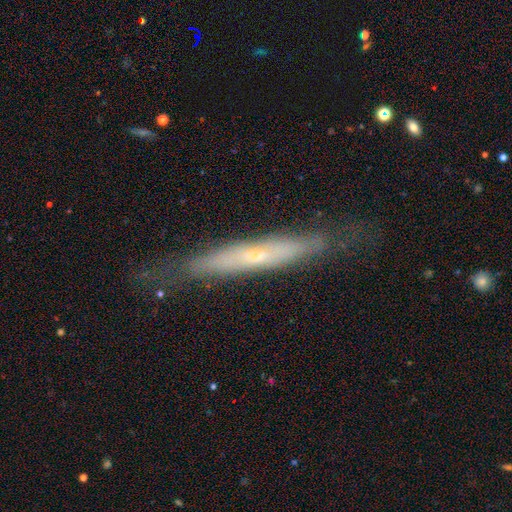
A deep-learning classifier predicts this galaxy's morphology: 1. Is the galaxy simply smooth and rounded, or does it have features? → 63% featured or disk, 29% smooth, 8% star or artifact.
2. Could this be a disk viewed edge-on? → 77% yes, 23% no.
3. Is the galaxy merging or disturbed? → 76% none, 17% minor disturbance, 6% major disturbance, 1% merger.